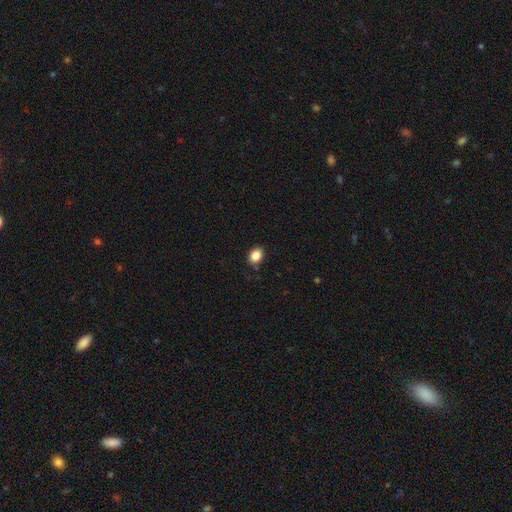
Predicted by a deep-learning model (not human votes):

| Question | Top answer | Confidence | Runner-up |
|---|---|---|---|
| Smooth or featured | smooth | 86% | star or artifact (9%) |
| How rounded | in between | 57% | round (42%) |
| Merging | none | 86% | minor disturbance (10%) |